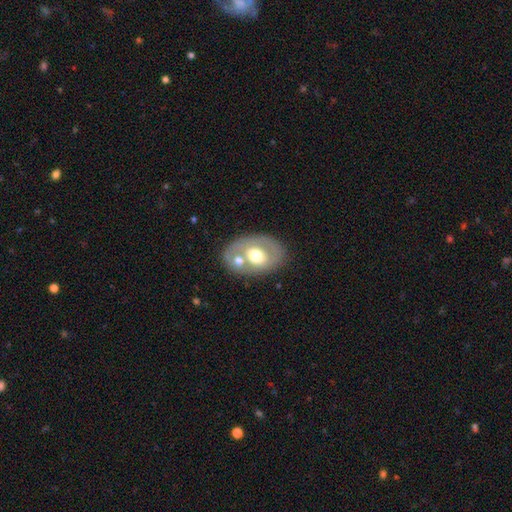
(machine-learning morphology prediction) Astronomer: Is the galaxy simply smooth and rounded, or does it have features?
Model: smooth — 49% (runner-up: featured or disk, 44%).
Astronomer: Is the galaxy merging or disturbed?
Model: none — 55%.